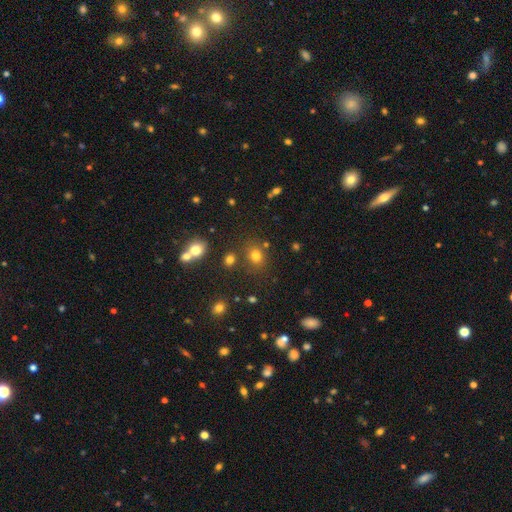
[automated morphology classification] A smooth galaxy with no disk features (75%) that is round (63%). Merging: none (74%).